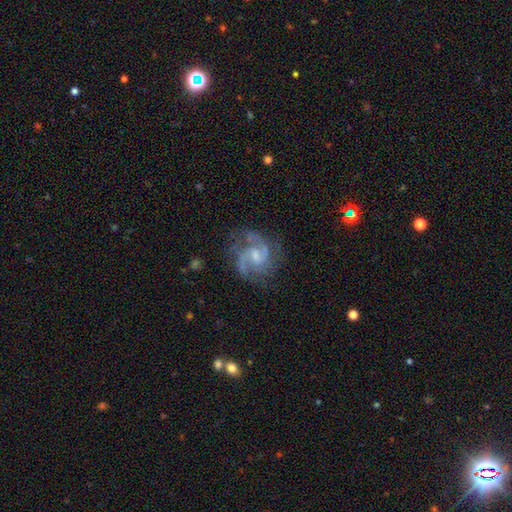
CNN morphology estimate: smooth-or-featured: featured or disk: 89% | smooth: 6% | star or artifact: 6%
  disk-edge-on: no: 98% | yes: 2%
    bar: weak: 59% | no: 29% | strong: 12%
    has-spiral-arms: yes: 97% | no: 3%
      spiral-winding: medium: 59% | tight: 25% | loose: 16%
      spiral-arm-count: 2: 68% | 3: 16% | can't tell: 8% | 4: 3% | 1: 3% | more than 4: 3%
    bulge-size: small: 43% | moderate: 37% | none: 16% | large: 3% | dominant: 1%
  merging: none: 71% | minor disturbance: 18% | major disturbance: 10% | merger: 2%